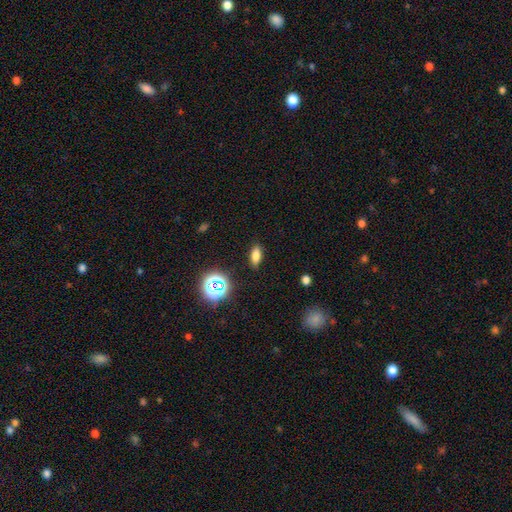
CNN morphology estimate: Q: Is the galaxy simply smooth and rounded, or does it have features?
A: smooth — 75%.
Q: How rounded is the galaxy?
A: in between — 78%.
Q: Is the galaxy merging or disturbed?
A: none — 88%.